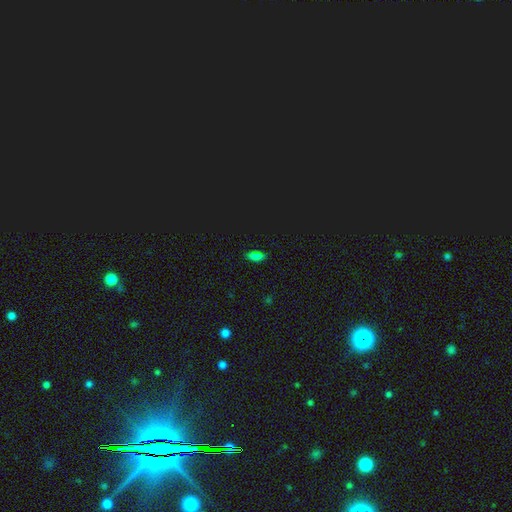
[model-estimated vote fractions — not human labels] Morphology: type=smooth (69%); roundness=in between (83%); merging=none (86%).